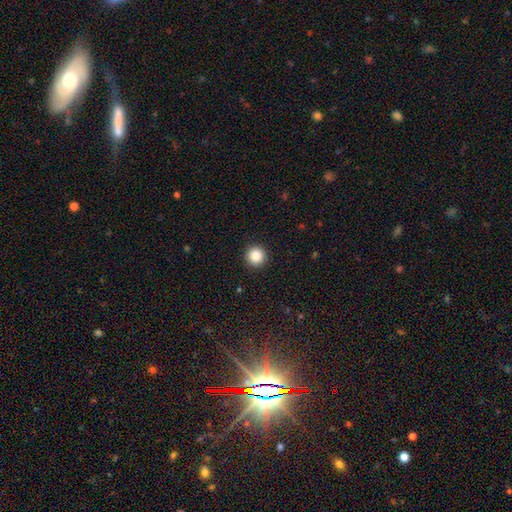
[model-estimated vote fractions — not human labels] A smooth galaxy with no disk features (86%) that is round (96%).

Vote fractions:
- Smooth or featured? smooth: 86% / star or artifact: 10% / featured or disk: 3%
- How rounded? round: 96% / in between: 3% / cigar-shaped: 1%
- Merging? none: 93% / minor disturbance: 5% / major disturbance: 2% / merger: 1%